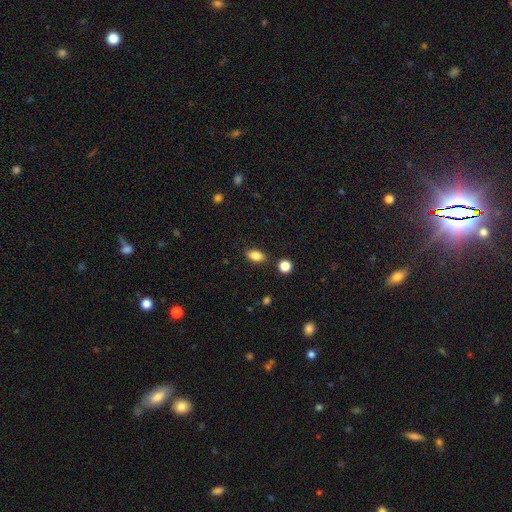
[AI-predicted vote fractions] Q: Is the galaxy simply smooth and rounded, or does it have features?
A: smooth — 85%.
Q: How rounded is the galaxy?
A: in between — 87%.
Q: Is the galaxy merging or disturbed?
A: none — 84%.